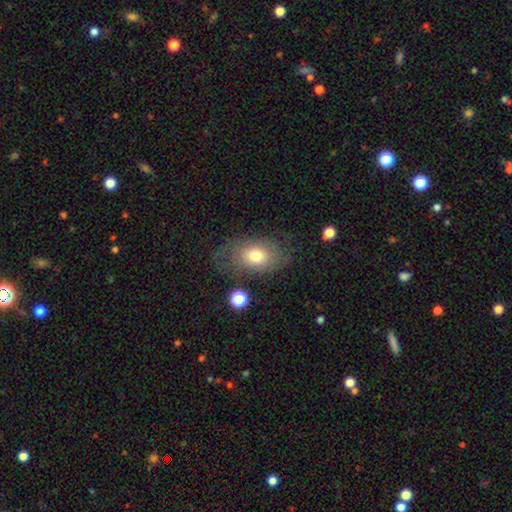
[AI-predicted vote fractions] Smooth or featured?
  - smooth: 69% *
  - featured or disk: 22%
  - star or artifact: 10%
How rounded?
  - in between: 83% *
  - round: 16%
  - cigar-shaped: 1%
Merging?
  - none: 64% *
  - minor disturbance: 20%
  - major disturbance: 13%
  - merger: 3%